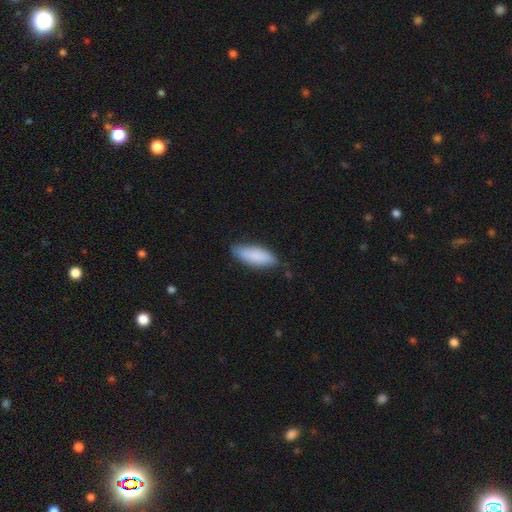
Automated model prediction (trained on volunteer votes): Smooth or featured? Predicted: smooth (p=0.86). How rounded? Predicted: in between (p=0.66). Merging? Predicted: none (p=0.79).